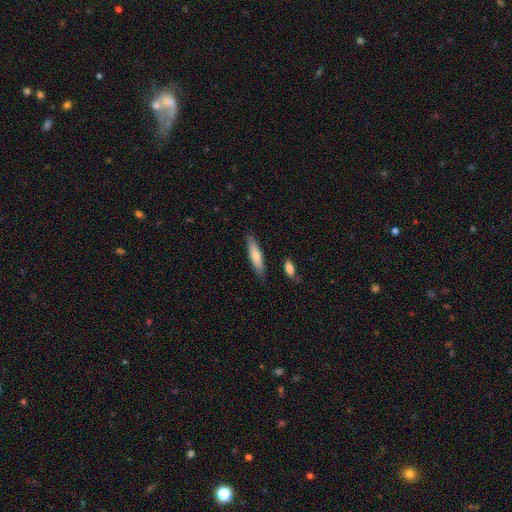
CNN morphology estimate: A smooth galaxy with no disk features (66%) that is cigar-shaped (75%).

Vote fractions:
- Smooth or featured? smooth: 66% / featured or disk: 29% / star or artifact: 6%
- How rounded? cigar-shaped: 75% / in between: 23% / round: 2%
- Merging? none: 86% / minor disturbance: 10% / merger: 3% / major disturbance: 2%